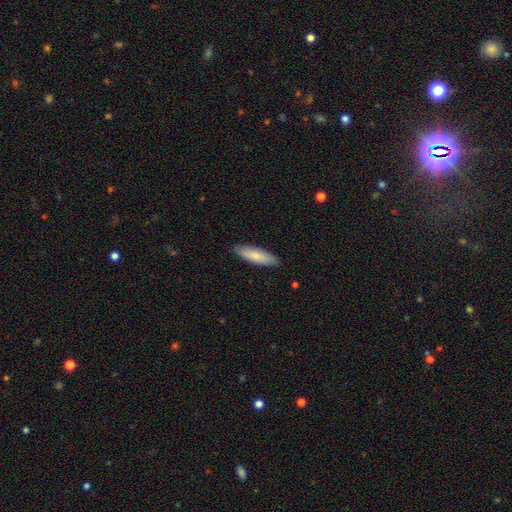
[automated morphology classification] Smooth or featured? Predicted: smooth (p=0.79). How rounded? Predicted: cigar-shaped (p=0.58). Merging? Predicted: none (p=0.87).